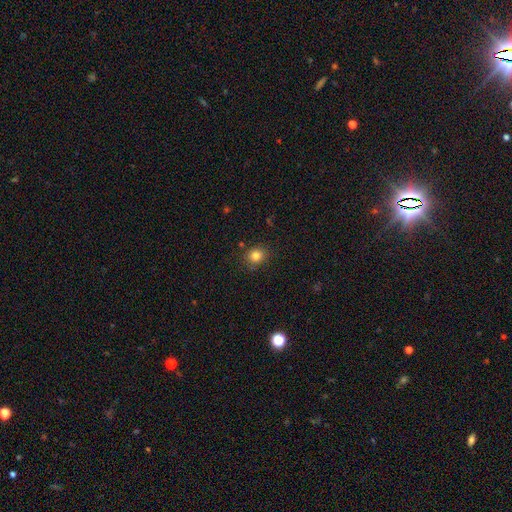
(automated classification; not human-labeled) smooth 82%, star or artifact 12%, featured or disk 6%. Down the decision tree: how rounded — round (74%); merging — none (84%).